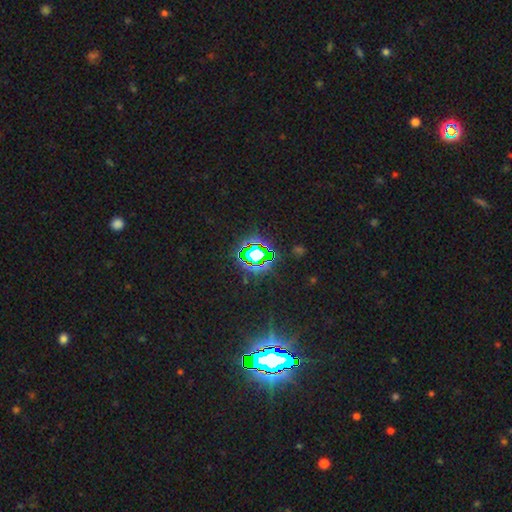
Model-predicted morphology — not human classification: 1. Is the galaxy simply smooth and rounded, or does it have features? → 78% star or artifact, 13% smooth, 9% featured or disk.